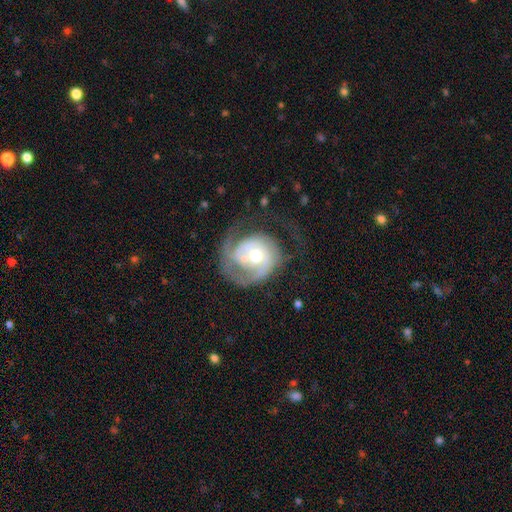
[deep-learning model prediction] featured or disk 81%, smooth 13%, star or artifact 5%. Down the decision tree: edge-on disk — no (98%); bar — no (75%); spiral arms — yes (90%); spiral arm count — 1 (37%); spiral winding — tight (49%); bulge size — moderate (66%); merging — none (40%).